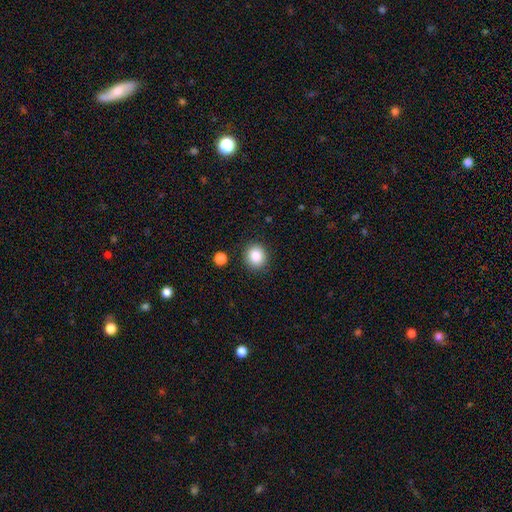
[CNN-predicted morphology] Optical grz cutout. It shows a smooth galaxy with no disk features (86%) that is round (81%). Merging: none (88%).